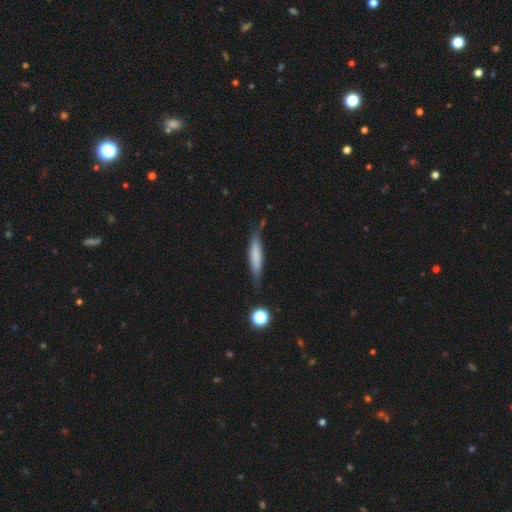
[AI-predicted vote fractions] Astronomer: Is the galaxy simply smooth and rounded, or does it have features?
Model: smooth — 67%.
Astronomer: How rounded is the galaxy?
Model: cigar-shaped — 86%.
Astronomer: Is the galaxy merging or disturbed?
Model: none — 78%.